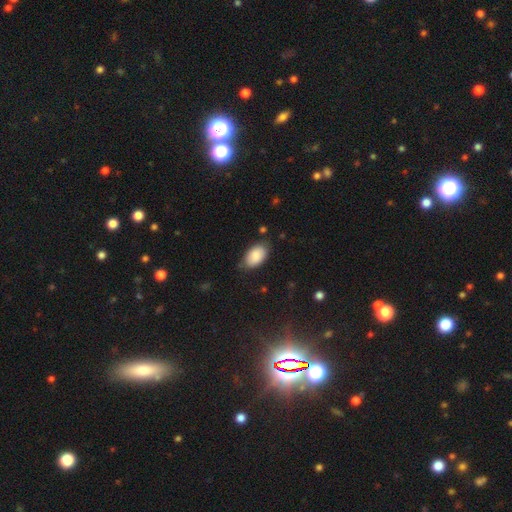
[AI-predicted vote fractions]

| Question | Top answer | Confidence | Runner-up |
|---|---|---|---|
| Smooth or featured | smooth | 86% | featured or disk (7%) |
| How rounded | in between | 94% | round (5%) |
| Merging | none | 75% | minor disturbance (19%) |